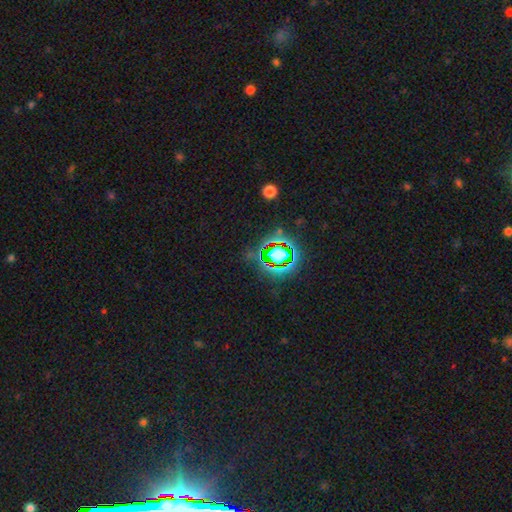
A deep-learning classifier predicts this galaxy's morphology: Smooth or featured?
  - star or artifact: 78% *
  - smooth: 14%
  - featured or disk: 8%